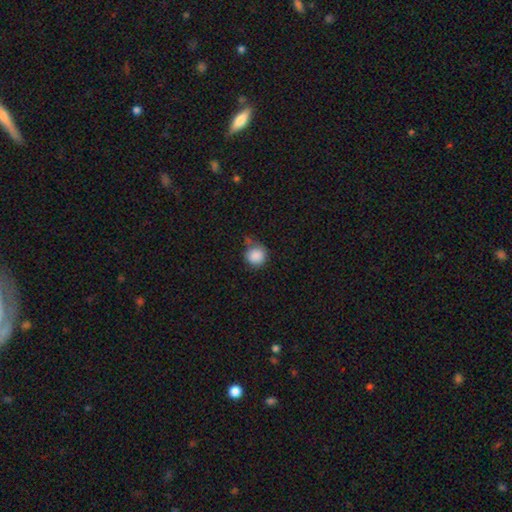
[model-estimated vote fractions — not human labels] The model was most divided on "merging": none: 56%, minor disturbance: 29%, major disturbance: 8%, merger: 7%. More confident: how rounded — round (91%); smooth or featured — smooth (88%).